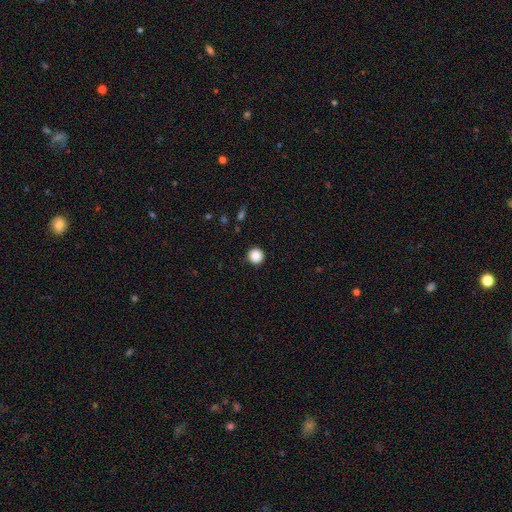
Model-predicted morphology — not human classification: Overall: smooth (88%). How rounded: round (96%). Merging: none (93%).